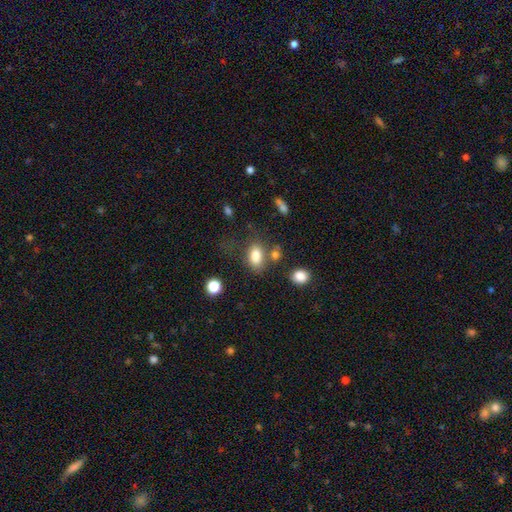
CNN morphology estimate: smooth_or_featured: smooth (p=0.82) [alt: star or artifact p=0.10]
how_rounded: in between (p=0.85) [alt: round p=0.13]
merging: none (p=0.60) [alt: minor disturbance p=0.18]